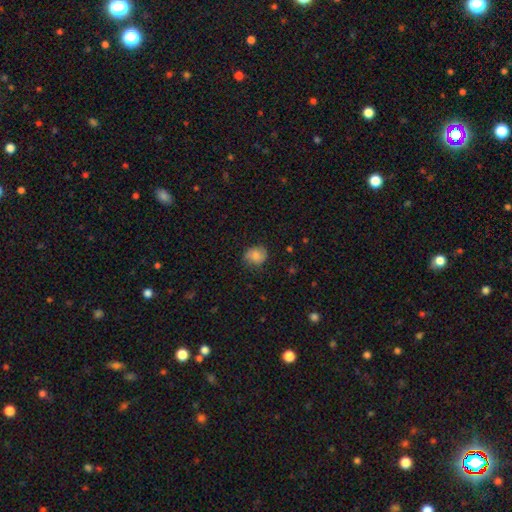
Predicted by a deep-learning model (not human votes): Smooth or featured? Predicted: smooth (p=0.70). How rounded? Predicted: round (p=0.70). Merging? Predicted: none (p=0.75).